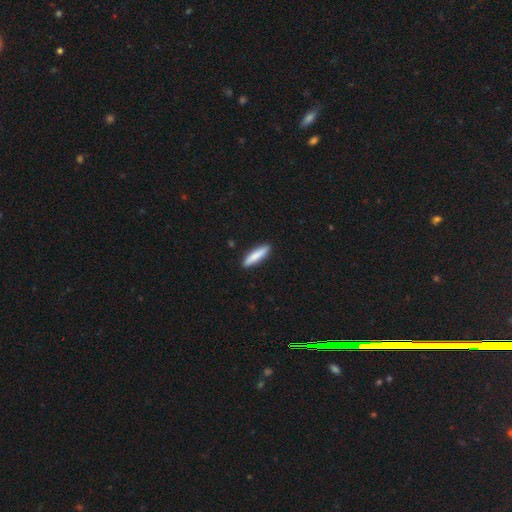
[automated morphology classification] smooth-or-featured: smooth: 82% | featured or disk: 13% | star or artifact: 5%
  how-rounded: cigar-shaped: 83% | in between: 15% | round: 1%
  merging: none: 91% | minor disturbance: 7% | major disturbance: 1% | merger: 1%